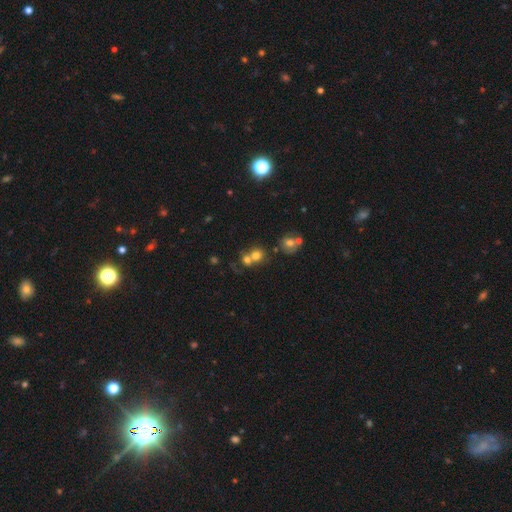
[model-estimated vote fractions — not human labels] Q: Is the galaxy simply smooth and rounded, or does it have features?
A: smooth — 70%.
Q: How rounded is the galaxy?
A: round — 80%.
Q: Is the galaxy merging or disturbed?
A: merger — 50%.